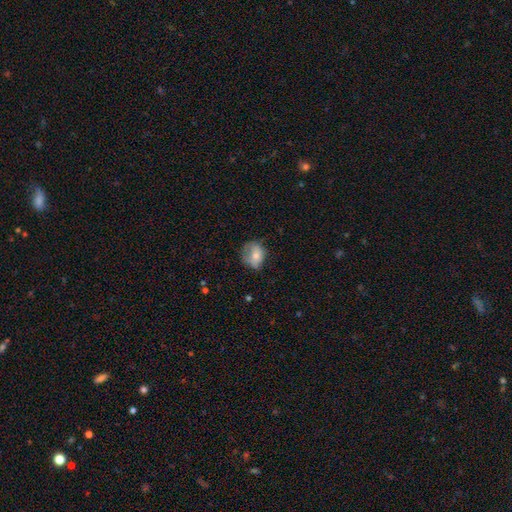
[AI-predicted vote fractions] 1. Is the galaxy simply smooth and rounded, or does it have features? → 71% smooth, 20% featured or disk, 9% star or artifact.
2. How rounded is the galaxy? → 50% round, 49% in between, 1% cigar-shaped.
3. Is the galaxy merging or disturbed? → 48% none, 34% minor disturbance, 17% major disturbance, 2% merger.